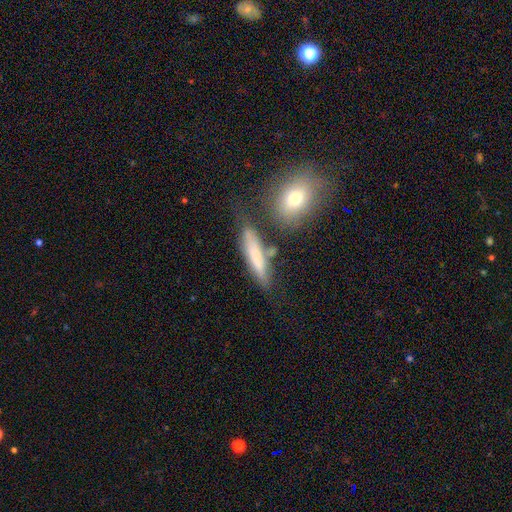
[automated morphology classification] Smooth or featured? Predicted: smooth (p=0.66). How rounded? Predicted: cigar-shaped (p=0.79). Merging? Predicted: none (p=0.64).